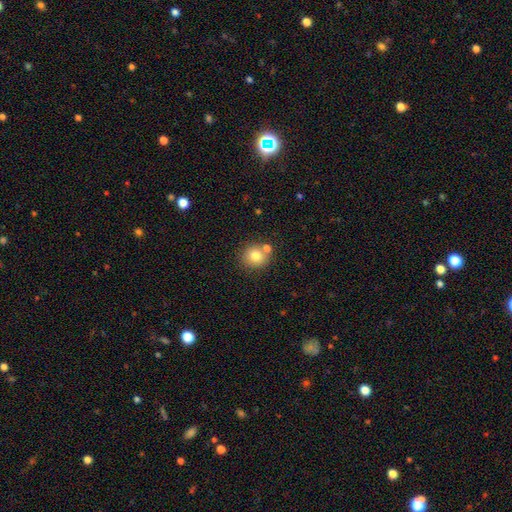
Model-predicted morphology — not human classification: smooth 78%, star or artifact 11%, featured or disk 11%. Down the decision tree: how rounded — round (88%); merging — none (70%).